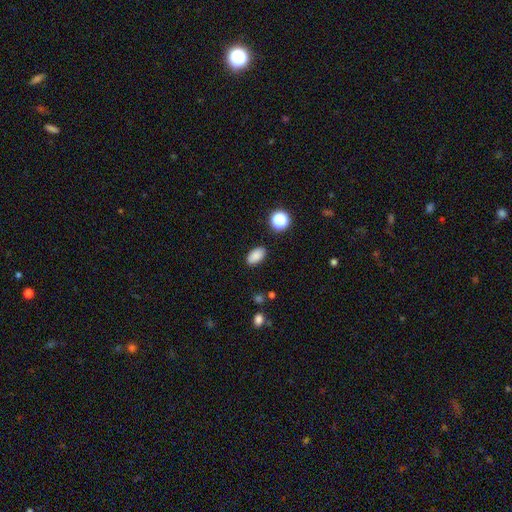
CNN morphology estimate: Smooth or featured?
  - smooth: 85% *
  - star or artifact: 10%
  - featured or disk: 4%
How rounded?
  - in between: 91% *
  - round: 6%
  - cigar-shaped: 2%
Merging?
  - none: 87% *
  - minor disturbance: 9%
  - major disturbance: 2%
  - merger: 2%